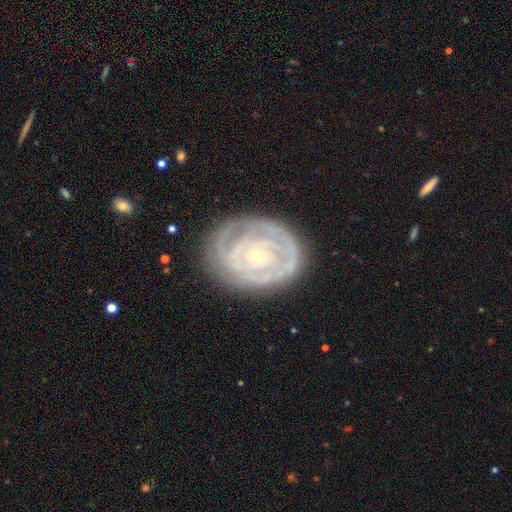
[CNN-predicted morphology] Smooth or featured: featured or disk — 79% (smooth — 15%)
Edge-on disk: no — 96% (yes — 4%)
Bar: no — 81% (weak — 14%)
Spiral arms: yes — 79% (no — 21%)
Spiral winding: tight — 82% (medium — 14%)
Spiral arm count: can't tell — 44% (2 — 24%)
Bulge size: small — 80% (moderate — 17%)
Merging: none — 76% (minor disturbance — 17%)